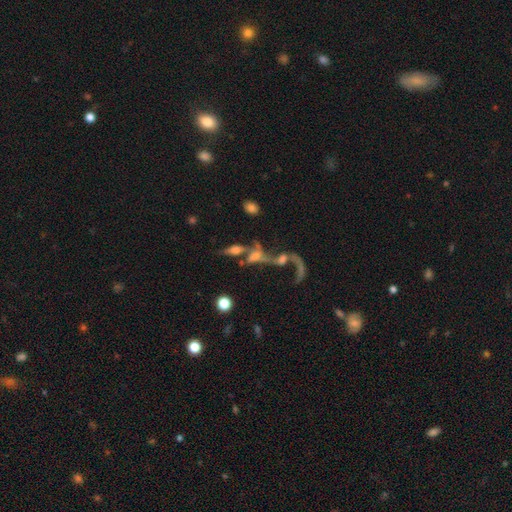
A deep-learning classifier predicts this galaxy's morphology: Smooth or featured? Predicted: featured or disk (p=0.58). Edge-on disk? Predicted: no (p=0.80). Merging? Predicted: merger (p=0.53).